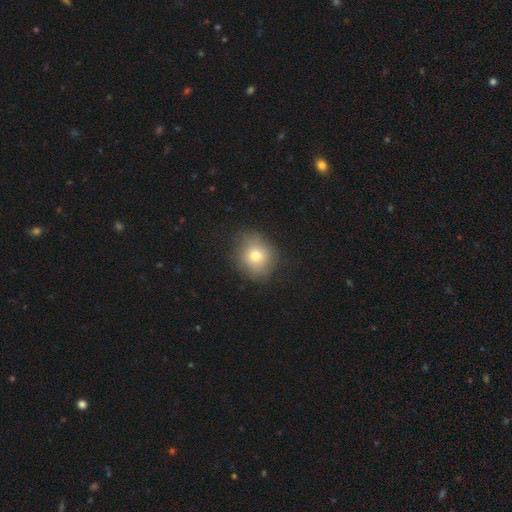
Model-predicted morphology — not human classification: smooth-or-featured: smooth: 74% | featured or disk: 14% | star or artifact: 12%
  how-rounded: round: 74% | in between: 25% | cigar-shaped: 1%
  merging: none: 81% | minor disturbance: 13% | major disturbance: 4% | merger: 1%